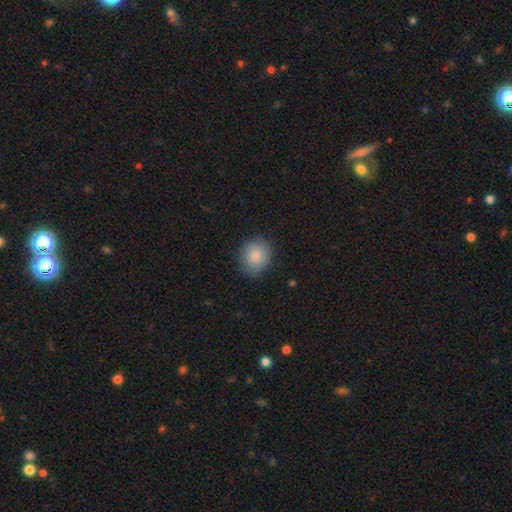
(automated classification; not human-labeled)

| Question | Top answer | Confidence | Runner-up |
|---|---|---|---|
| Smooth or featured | smooth | 86% | star or artifact (7%) |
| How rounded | round | 72% | in between (27%) |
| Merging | none | 81% | minor disturbance (15%) |